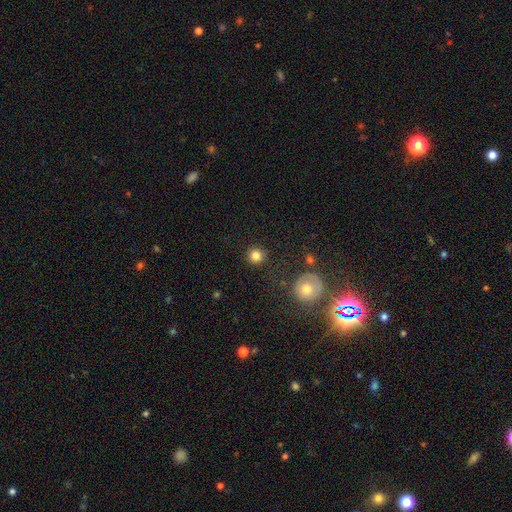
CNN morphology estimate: A smooth galaxy with no disk features (83%) that is round (93%).

Vote fractions:
- Smooth or featured? smooth: 83% / star or artifact: 11% / featured or disk: 6%
- How rounded? round: 93% / in between: 6% / cigar-shaped: 1%
- Merging? none: 87% / minor disturbance: 7% / major disturbance: 3% / merger: 3%